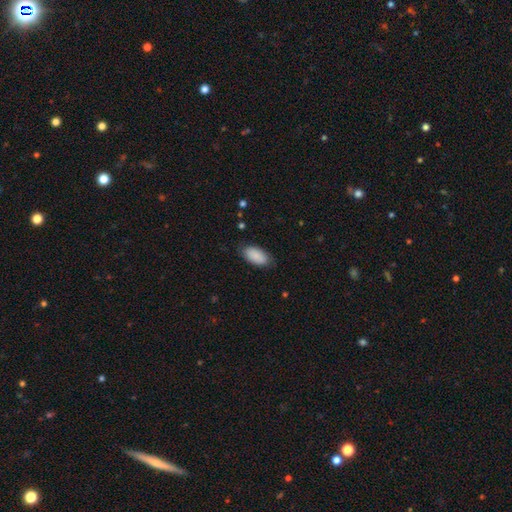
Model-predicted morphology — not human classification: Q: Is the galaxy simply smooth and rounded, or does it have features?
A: smooth — 88%.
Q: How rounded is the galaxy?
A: in between — 94%.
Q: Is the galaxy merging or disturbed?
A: none — 79%.